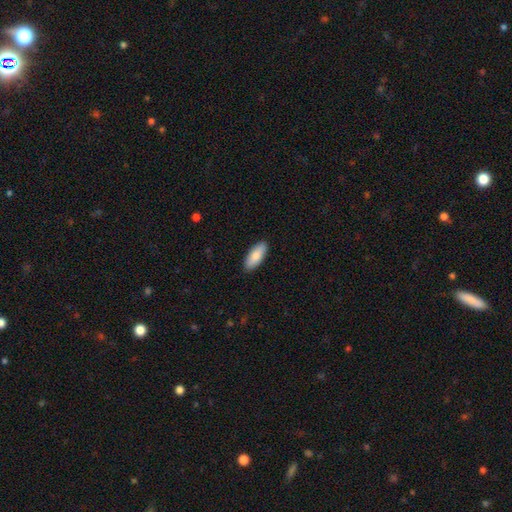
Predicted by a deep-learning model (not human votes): smooth_or_featured: smooth (p=0.84) [alt: featured or disk p=0.10]
how_rounded: in between (p=0.81) [alt: cigar-shaped p=0.18]
merging: none (p=0.90) [alt: minor disturbance p=0.08]